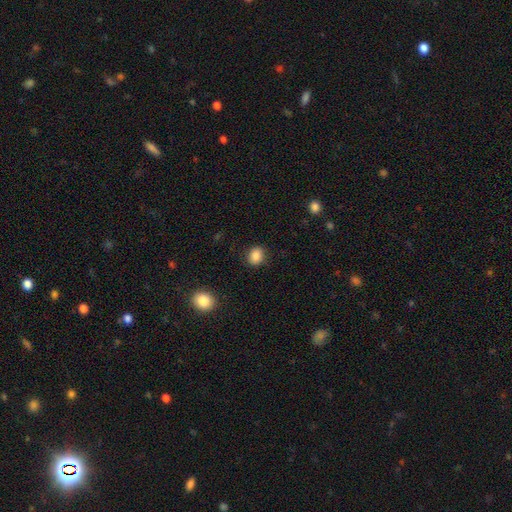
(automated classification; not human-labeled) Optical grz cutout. It shows a smooth galaxy with no disk features (86%) that is round (54%). Merging: none (87%).